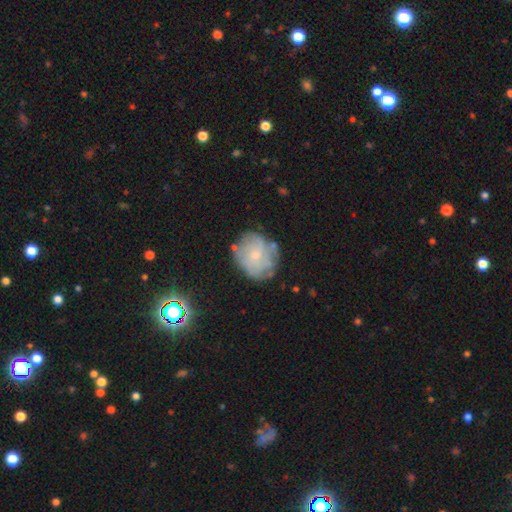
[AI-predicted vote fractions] smooth_or_featured: featured or disk (p=0.51) [alt: smooth p=0.38]
disk_edge_on: no (p=0.97) [alt: yes p=0.03]
merging: none (p=0.67) [alt: minor disturbance p=0.21]